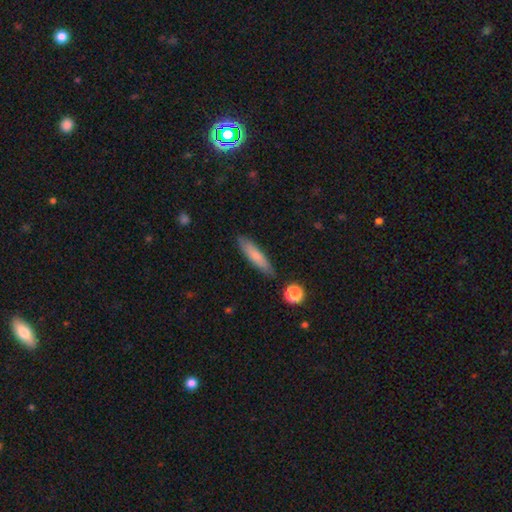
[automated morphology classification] A smooth galaxy with no disk features (74%) that is cigar-shaped (81%). Merging: none (86%).